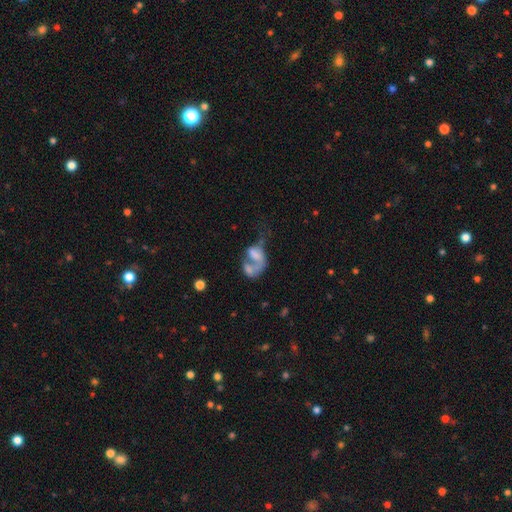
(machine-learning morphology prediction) The model was most divided on "smooth or featured" (2-way tie): featured or disk: 45%, smooth: 45%, star or artifact: 10%. More confident: merging — merger (53%).